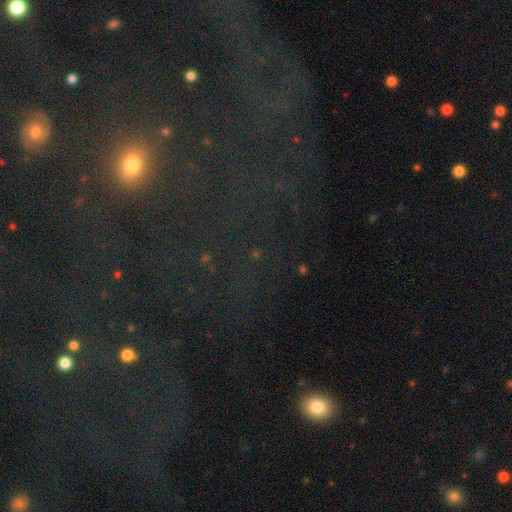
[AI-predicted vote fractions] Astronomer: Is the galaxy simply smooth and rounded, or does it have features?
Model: star or artifact — 56%.